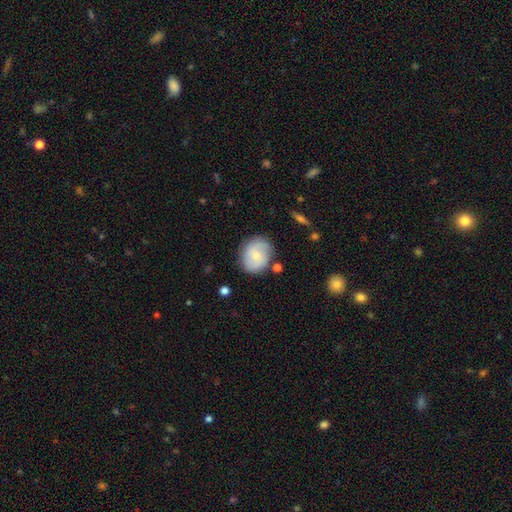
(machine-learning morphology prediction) Smooth or featured? Predicted: featured or disk (p=0.47). Merging? Predicted: none (p=0.73).